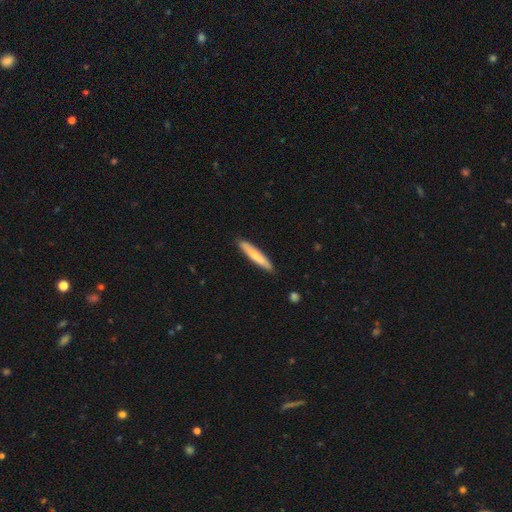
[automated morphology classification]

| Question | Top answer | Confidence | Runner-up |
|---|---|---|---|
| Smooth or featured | smooth | 67% | featured or disk (28%) |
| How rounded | cigar-shaped | 91% | in between (8%) |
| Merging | none | 88% | minor disturbance (9%) |